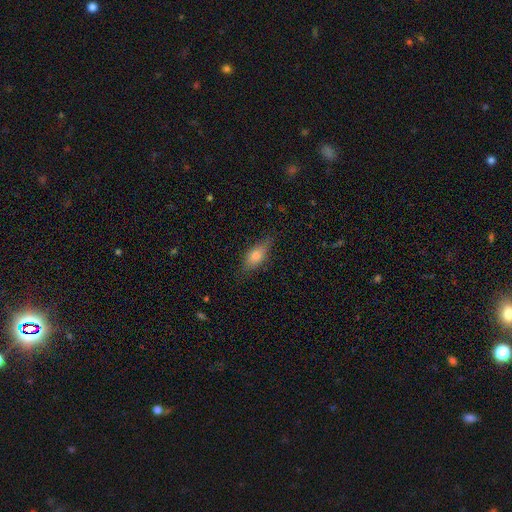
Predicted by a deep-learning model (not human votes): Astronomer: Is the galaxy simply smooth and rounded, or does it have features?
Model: smooth — 65%.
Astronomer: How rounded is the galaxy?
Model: in between — 72%.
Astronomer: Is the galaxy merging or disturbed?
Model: none — 79%.